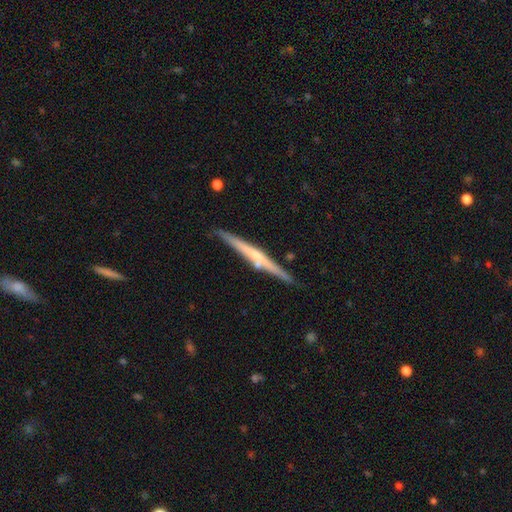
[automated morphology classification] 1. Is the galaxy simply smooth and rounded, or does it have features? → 67% featured or disk, 27% smooth, 5% star or artifact.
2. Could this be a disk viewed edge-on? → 98% yes, 2% no.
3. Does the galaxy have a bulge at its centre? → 49% rounded, 42% none, 9% boxy.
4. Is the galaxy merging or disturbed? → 85% none, 9% minor disturbance, 4% merger, 2% major disturbance.